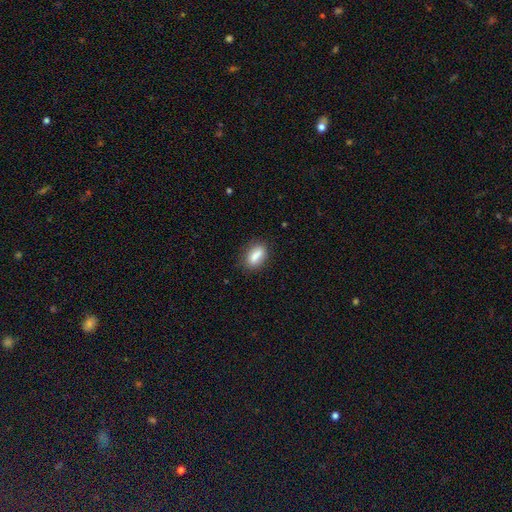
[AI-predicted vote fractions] A smooth galaxy with no disk features (80%) that is in between round and cigar-shaped (79%). Merging: none (77%).